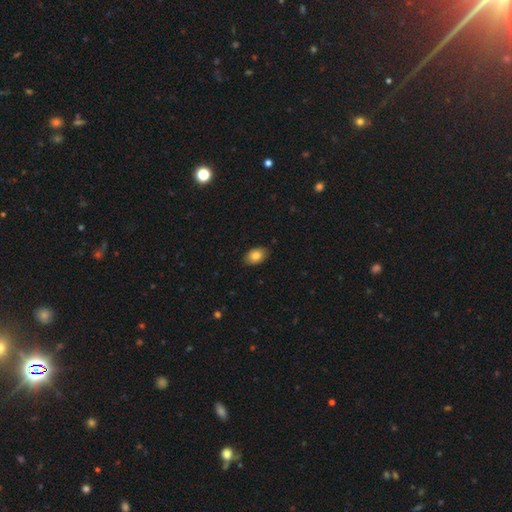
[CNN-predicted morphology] smooth_or_featured: smooth (p=0.83) [alt: featured or disk p=0.09]
how_rounded: in between (p=0.86) [alt: round p=0.13]
merging: none (p=0.87) [alt: minor disturbance p=0.10]